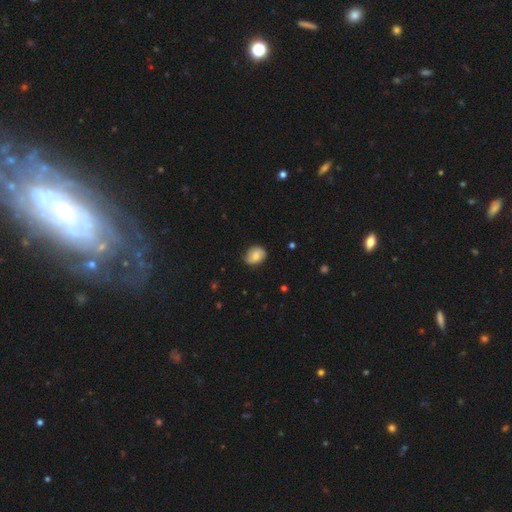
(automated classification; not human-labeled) Smooth or featured? smooth (74%)
How rounded? in between (56%)
Merging? none (73%)